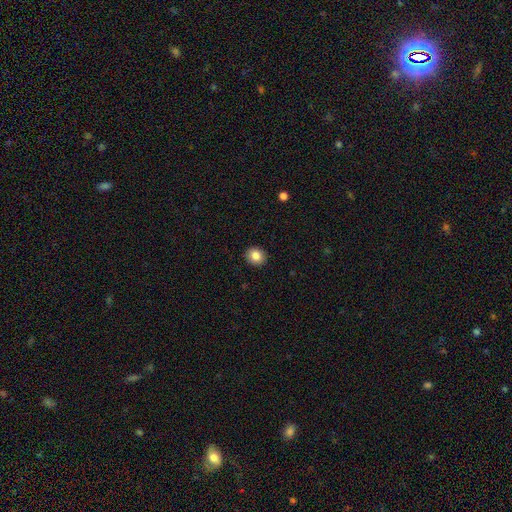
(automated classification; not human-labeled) Morphology: type=smooth (84%); roundness=round (75%); merging=none (92%).